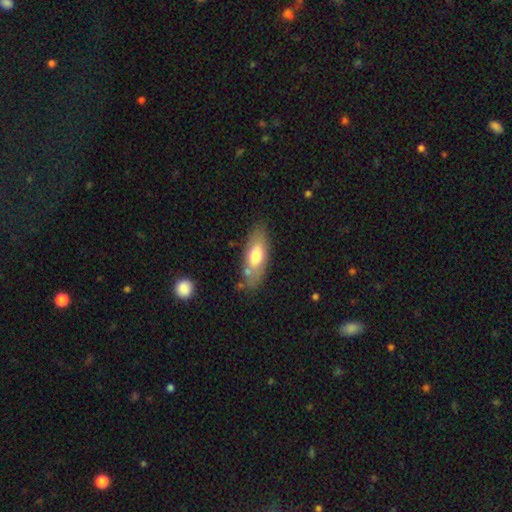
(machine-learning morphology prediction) Smooth or featured: smooth — 64% (featured or disk — 29%)
How rounded: in between — 76% (cigar-shaped — 22%)
Merging: none — 72% (minor disturbance — 17%)